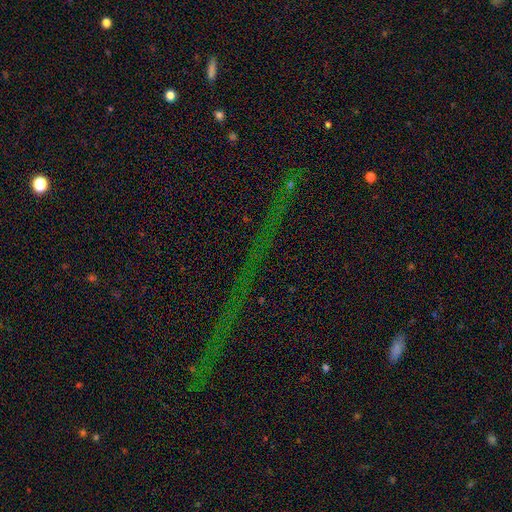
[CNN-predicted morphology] Smooth or featured? Predicted: star or artifact (p=0.77).